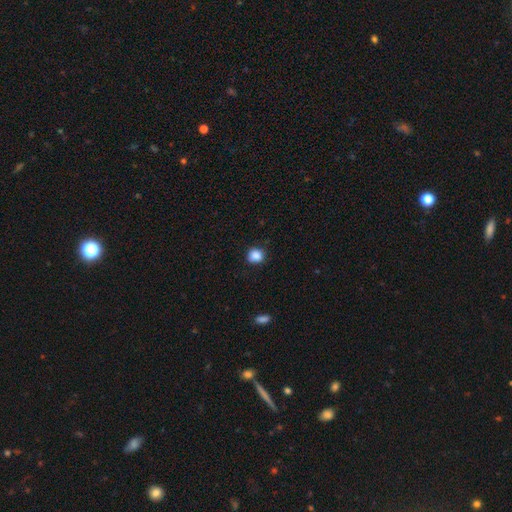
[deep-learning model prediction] A smooth galaxy with no disk features (87%) that is round (84%).

Vote fractions:
- Smooth or featured? smooth: 87% / star or artifact: 10% / featured or disk: 3%
- How rounded? round: 84% / in between: 15% / cigar-shaped: 1%
- Merging? none: 85% / minor disturbance: 12% / major disturbance: 2% / merger: 1%